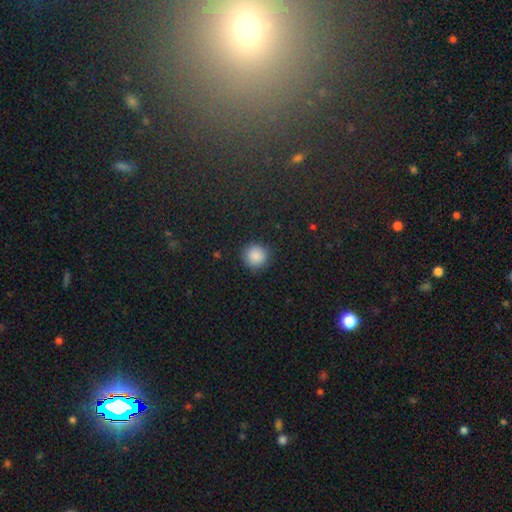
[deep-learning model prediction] Smooth or featured: smooth — 87% (star or artifact — 10%)
How rounded: round — 94% (in between — 5%)
Merging: none — 90% (minor disturbance — 7%)